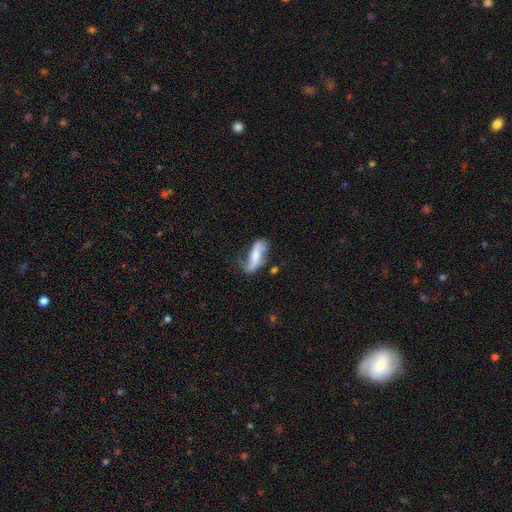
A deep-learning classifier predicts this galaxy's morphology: Smooth or featured? featured or disk (52%)
Edge-on disk? no (81%)
Merging? none (47%)